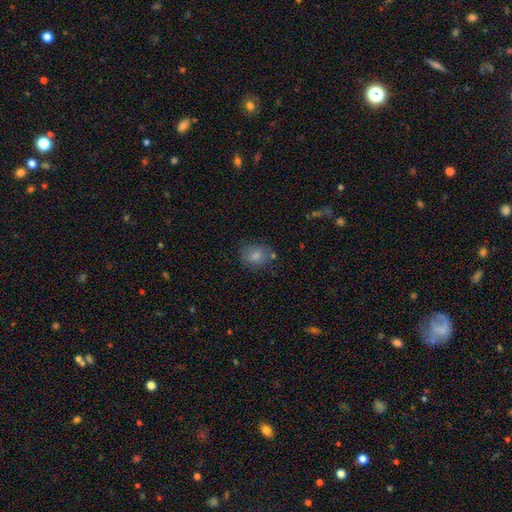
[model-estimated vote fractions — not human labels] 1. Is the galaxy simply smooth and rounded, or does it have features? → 79% smooth, 12% featured or disk, 9% star or artifact.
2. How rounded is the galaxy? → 50% in between, 49% round, 1% cigar-shaped.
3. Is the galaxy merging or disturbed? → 73% none, 17% minor disturbance, 5% major disturbance, 5% merger.